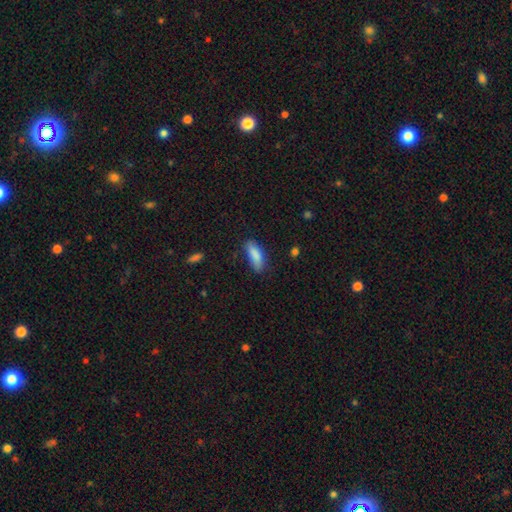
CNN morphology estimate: smooth-or-featured: smooth: 86% | featured or disk: 7% | star or artifact: 7%
  how-rounded: in between: 70% | cigar-shaped: 28% | round: 2%
  merging: none: 70% | minor disturbance: 23% | major disturbance: 5% | merger: 2%